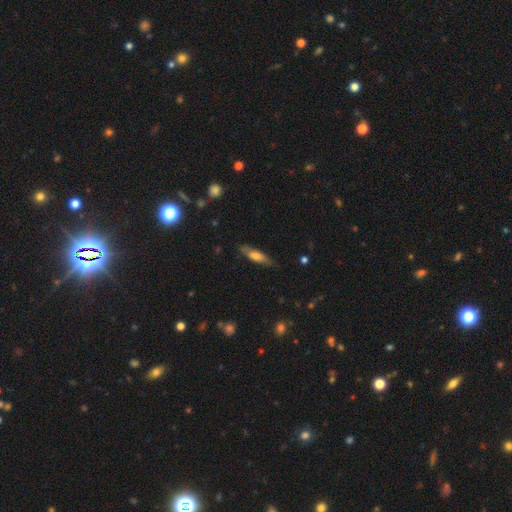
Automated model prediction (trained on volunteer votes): smooth-or-featured: smooth: 61% | featured or disk: 32% | star or artifact: 7%
  how-rounded: cigar-shaped: 63% | in between: 35% | round: 2%
  merging: none: 79% | minor disturbance: 16% | major disturbance: 4% | merger: 1%